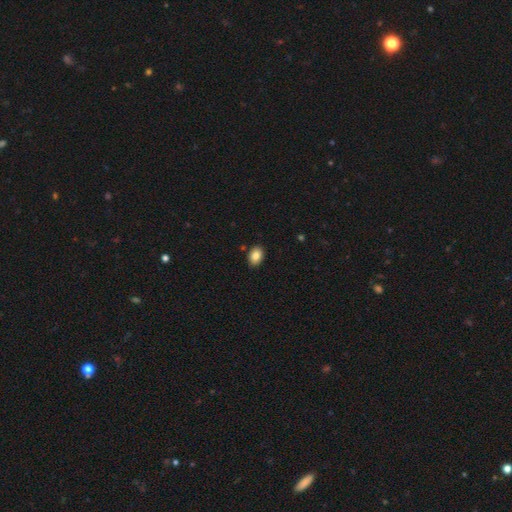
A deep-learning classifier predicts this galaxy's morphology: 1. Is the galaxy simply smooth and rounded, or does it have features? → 85% smooth, 8% star or artifact, 7% featured or disk.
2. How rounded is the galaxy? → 84% in between, 15% round, 1% cigar-shaped.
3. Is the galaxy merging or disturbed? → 89% none, 8% minor disturbance, 2% major disturbance, 1% merger.